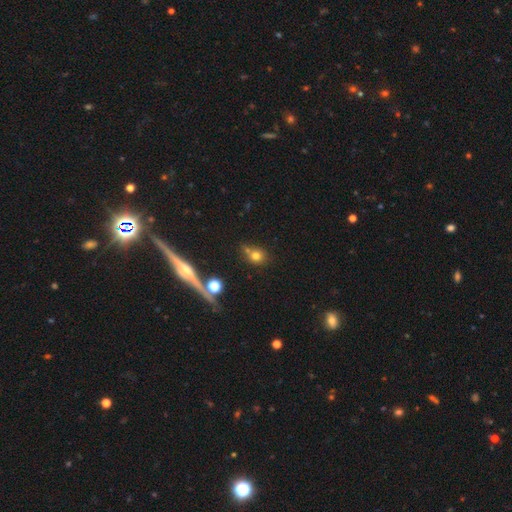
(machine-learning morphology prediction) Q: Smooth or featured?
A: smooth (71%); runner-up: star or artifact (17%)
Q: How rounded?
A: round (77%); runner-up: in between (21%)
Q: Merging?
A: none (56%); runner-up: merger (25%)